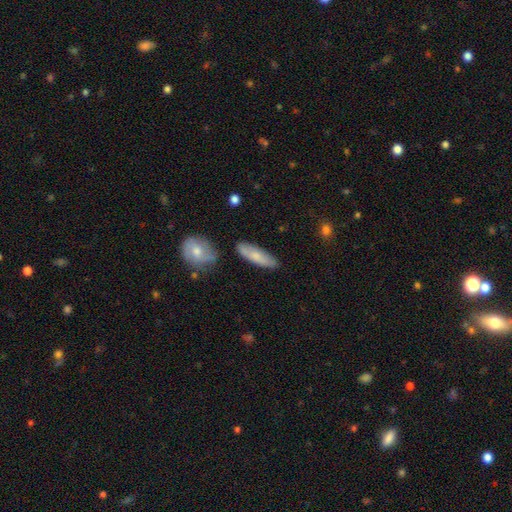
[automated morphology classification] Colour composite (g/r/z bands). It shows a smooth galaxy with no disk features (73%) that is cigar-shaped (57%). Merging: none (78%).